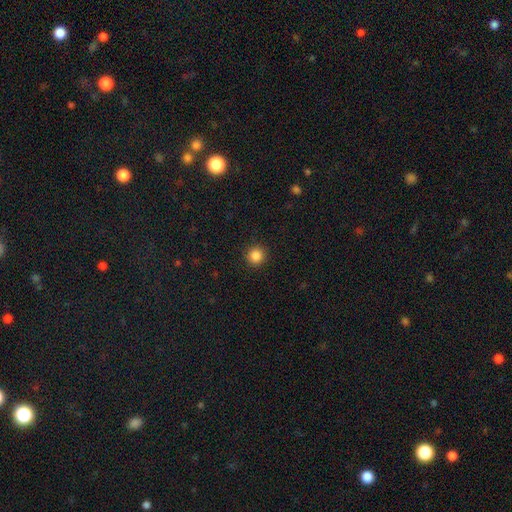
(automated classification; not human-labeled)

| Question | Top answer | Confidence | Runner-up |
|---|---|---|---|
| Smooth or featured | smooth | 86% | star or artifact (11%) |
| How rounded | round | 95% | in between (4%) |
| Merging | none | 92% | minor disturbance (5%) |